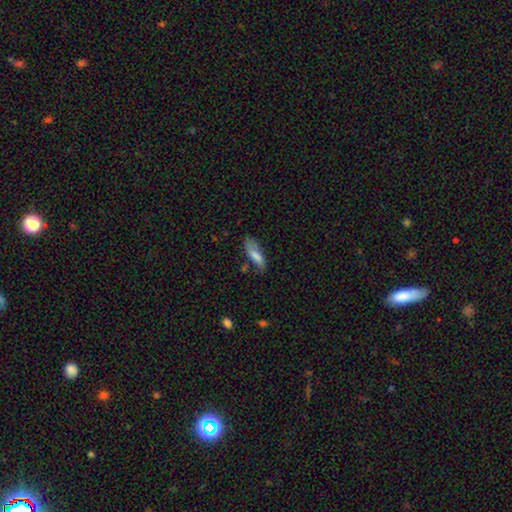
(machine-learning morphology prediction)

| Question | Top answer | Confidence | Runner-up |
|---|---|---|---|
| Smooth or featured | smooth | 76% | featured or disk (17%) |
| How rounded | in between | 52% | cigar-shaped (46%) |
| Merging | none | 62% | minor disturbance (26%) |